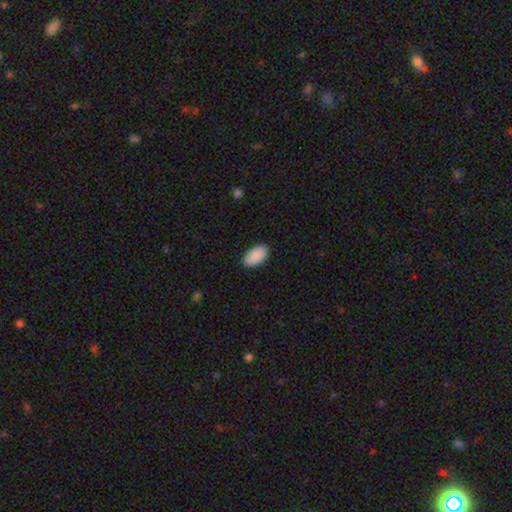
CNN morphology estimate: smooth 91%, star or artifact 6%, featured or disk 3%. Down the decision tree: how rounded — in between (95%); merging — none (88%).